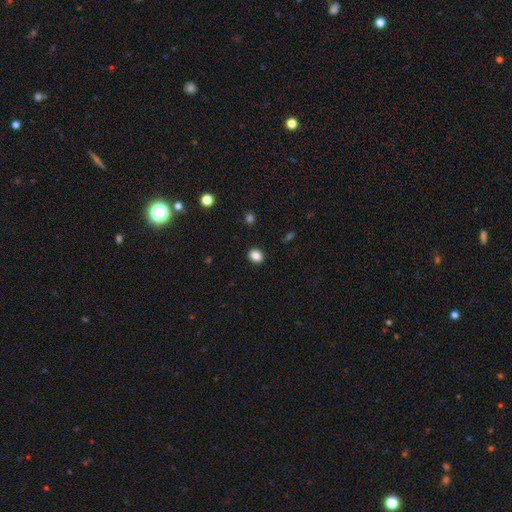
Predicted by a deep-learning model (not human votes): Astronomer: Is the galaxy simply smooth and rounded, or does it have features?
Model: smooth — 85%.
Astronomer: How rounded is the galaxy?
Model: round — 59% (runner-up: in between, 41%).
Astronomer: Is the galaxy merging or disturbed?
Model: none — 91%.